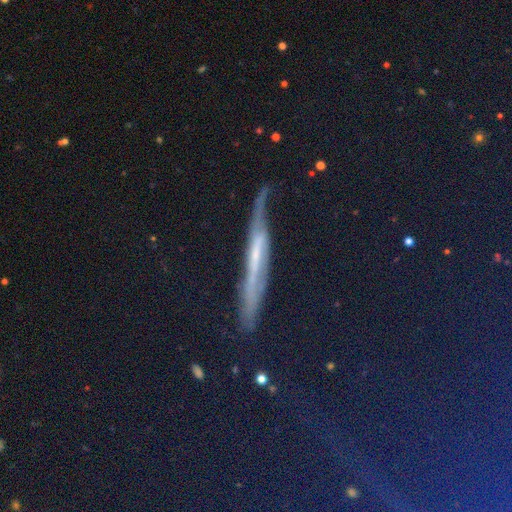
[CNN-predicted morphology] type=featured or disk (39%); merging=none (60%).